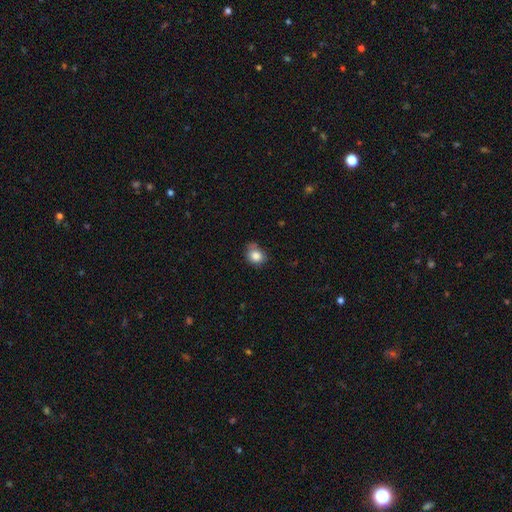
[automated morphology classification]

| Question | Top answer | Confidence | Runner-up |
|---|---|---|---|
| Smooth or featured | smooth | 83% | star or artifact (10%) |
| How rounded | round | 63% | in between (36%) |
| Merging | none | 54% | minor disturbance (34%) |